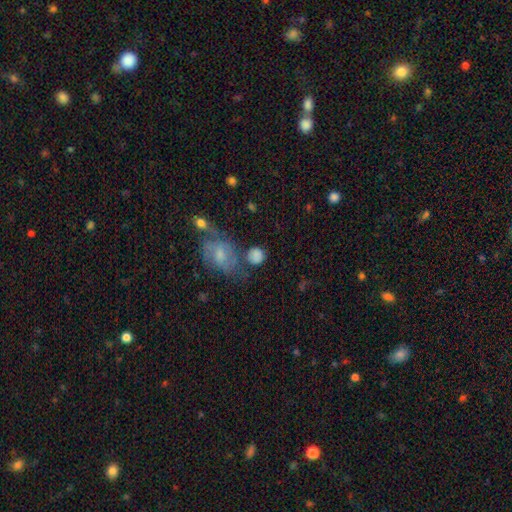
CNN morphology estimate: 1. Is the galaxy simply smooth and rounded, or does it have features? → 80% smooth, 11% featured or disk, 9% star or artifact.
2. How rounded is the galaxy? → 80% round, 19% in between, 2% cigar-shaped.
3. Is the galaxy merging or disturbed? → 58% none, 16% merger, 16% minor disturbance, 9% major disturbance.